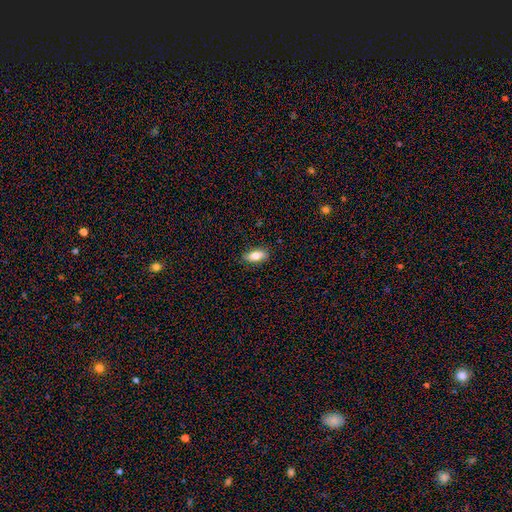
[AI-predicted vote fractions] smooth_or_featured: smooth (p=0.77) [alt: featured or disk p=0.16]
how_rounded: in between (p=0.82) [alt: cigar-shaped p=0.15]
merging: none (p=0.87) [alt: minor disturbance p=0.10]